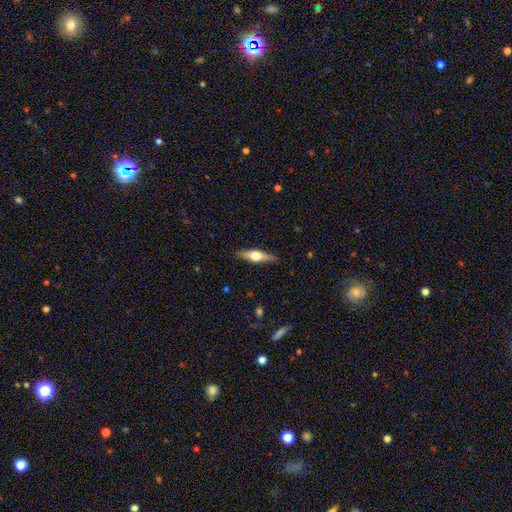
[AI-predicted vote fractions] Smooth or featured? Predicted: featured or disk (p=0.59). Edge-on disk? Predicted: yes (p=0.95). Edge-on bulge? Predicted: rounded (p=0.93). Merging? Predicted: none (p=0.88).